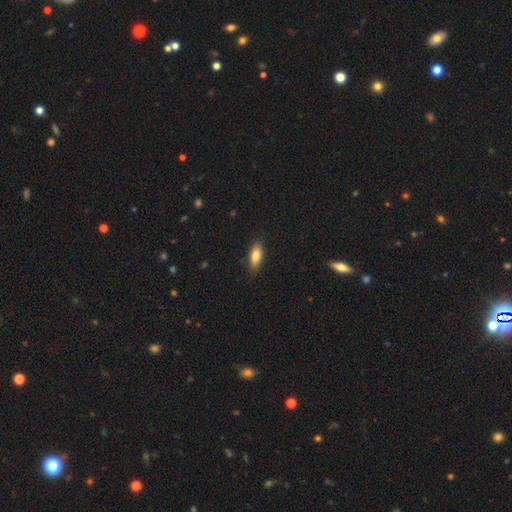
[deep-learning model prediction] smooth_or_featured: smooth (p=0.81) [alt: featured or disk p=0.12]
how_rounded: in between (p=0.79) [alt: cigar-shaped p=0.18]
merging: none (p=0.83) [alt: minor disturbance p=0.13]